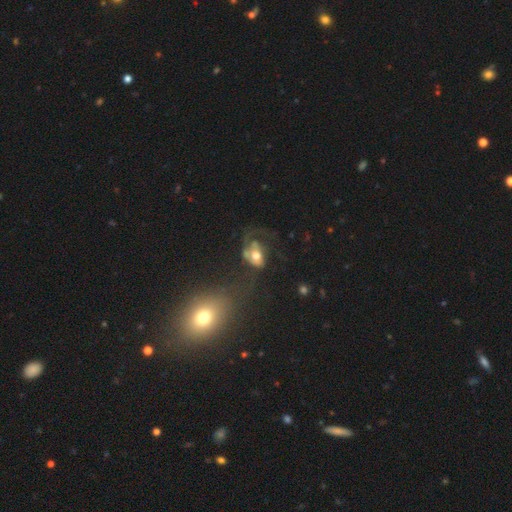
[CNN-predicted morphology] Smooth or featured: featured or disk — 52% (smooth — 39%)
Edge-on disk: no — 96% (yes — 4%)
Merging: major disturbance — 52% (none — 25%)